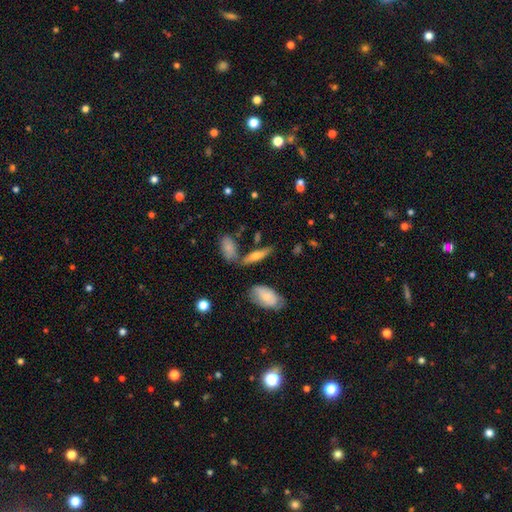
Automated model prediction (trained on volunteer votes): Q: Smooth or featured?
A: smooth (52%); runner-up: featured or disk (40%)
Q: How rounded?
A: cigar-shaped (54%); runner-up: in between (41%)
Q: Merging?
A: none (67%); runner-up: minor disturbance (15%)